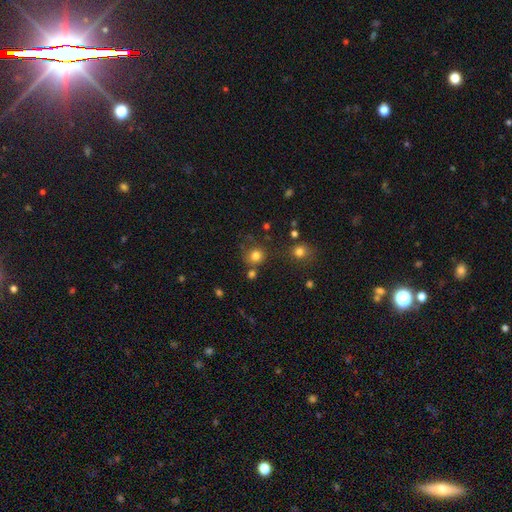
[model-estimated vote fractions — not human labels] Morphology: type=smooth (79%); roundness=round (89%); merging=none (72%).